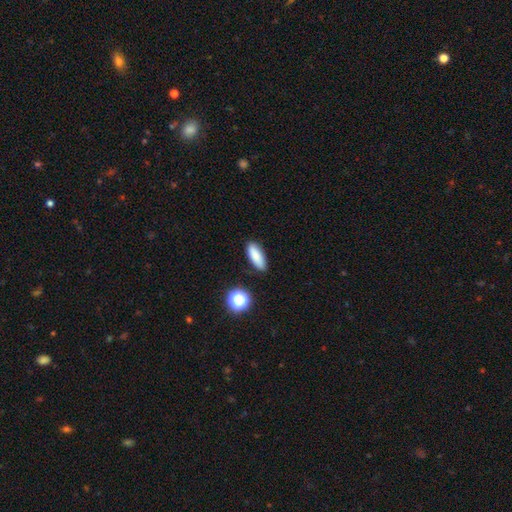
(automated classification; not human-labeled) smooth_or_featured: smooth (p=0.84) [alt: star or artifact p=0.09]
how_rounded: in between (p=0.67) [alt: cigar-shaped p=0.29]
merging: none (p=0.85) [alt: minor disturbance p=0.10]